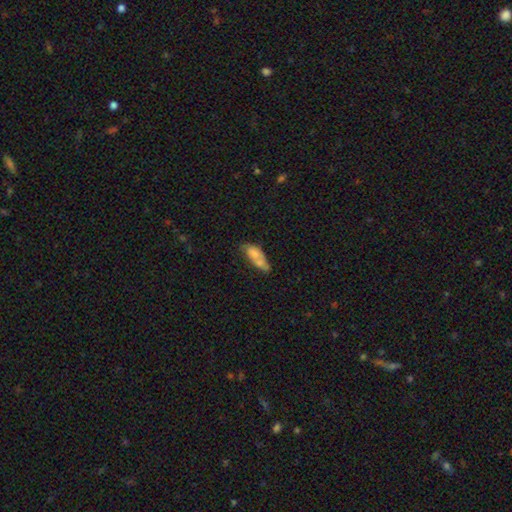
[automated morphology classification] type=smooth (64%); roundness=in between (78%); merging=none (37%).